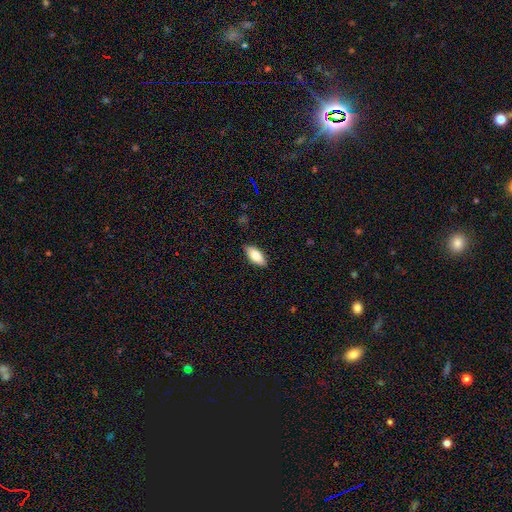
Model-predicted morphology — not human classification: This appears to be a smooth galaxy with no disk features (81%) that is in between round and cigar-shaped (87%). Merging: none (87%).